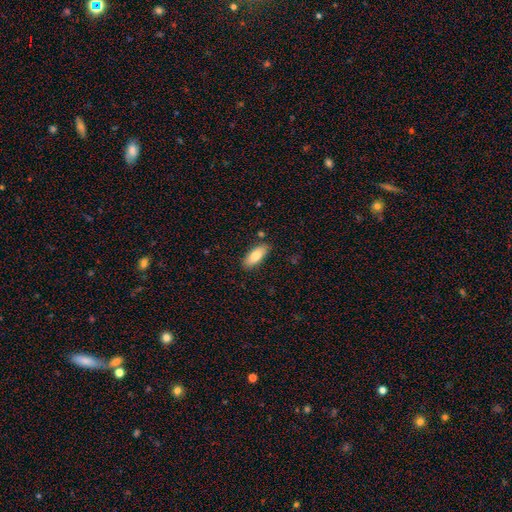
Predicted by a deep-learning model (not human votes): Smooth or featured? smooth (82%)
How rounded? in between (79%)
Merging? none (84%)